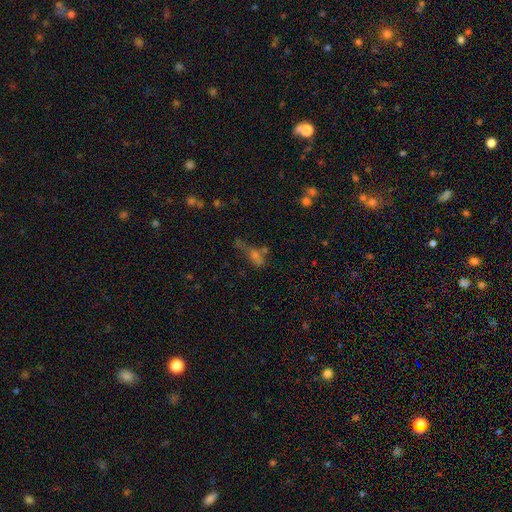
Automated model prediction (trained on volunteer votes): This is possibly a smooth galaxy (50%). Merging: marginally none (33%).